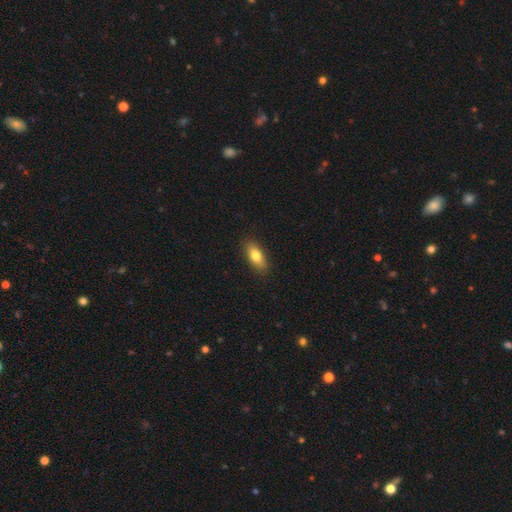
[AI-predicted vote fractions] smooth-or-featured: smooth: 78% | featured or disk: 15% | star or artifact: 7%
  how-rounded: in between: 81% | cigar-shaped: 15% | round: 4%
  merging: none: 87% | minor disturbance: 10% | major disturbance: 2% | merger: 1%